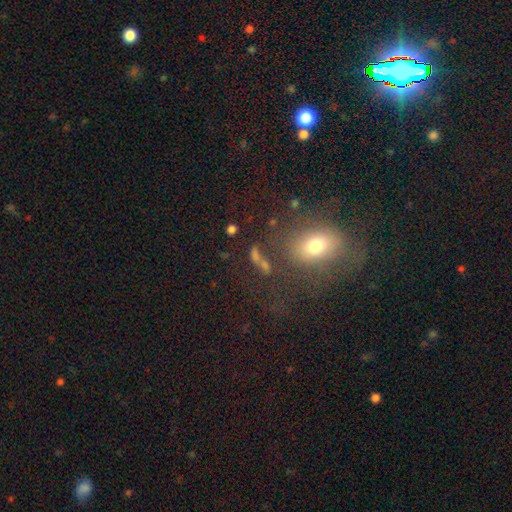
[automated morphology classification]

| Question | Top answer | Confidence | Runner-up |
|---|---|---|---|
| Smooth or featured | smooth | 53% | star or artifact (28%) |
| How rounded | in between | 57% | round (30%) |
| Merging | none | 62% | minor disturbance (14%) |